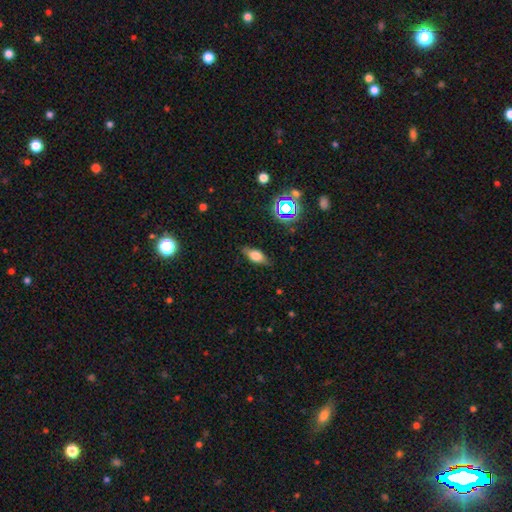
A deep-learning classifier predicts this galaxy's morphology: type=smooth (60%); roundness=in between (73%); merging=none (82%).